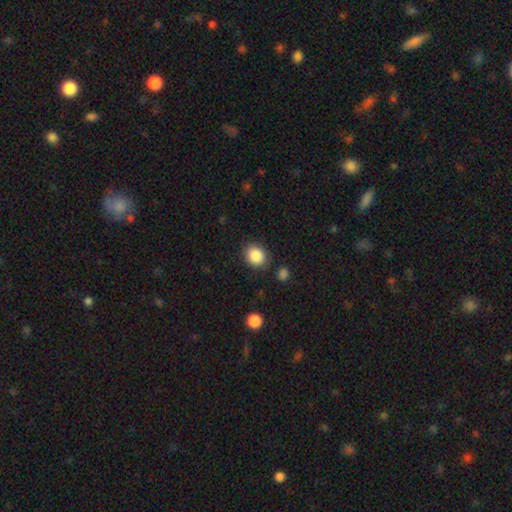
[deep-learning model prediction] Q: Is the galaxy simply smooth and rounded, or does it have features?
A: smooth — 87%.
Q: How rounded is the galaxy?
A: round — 59%.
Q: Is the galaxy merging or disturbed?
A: none — 84%.